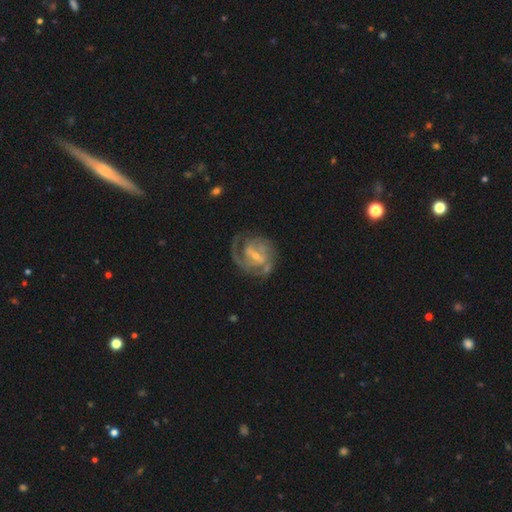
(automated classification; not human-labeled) A featured or disk galaxy (83%) with a weak bar (51%), 2 (41%) tight (46%) spiral arms (92%) and a small central bulge (64%). Merging: none (63%).